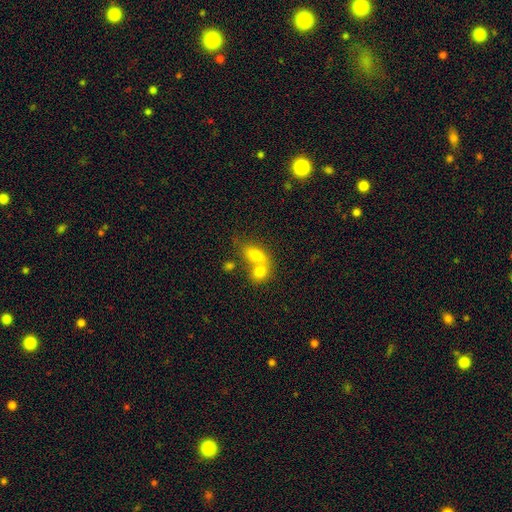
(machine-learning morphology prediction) Smooth or featured? smooth (76%)
How rounded? in between (77%)
Merging? merger (63%)